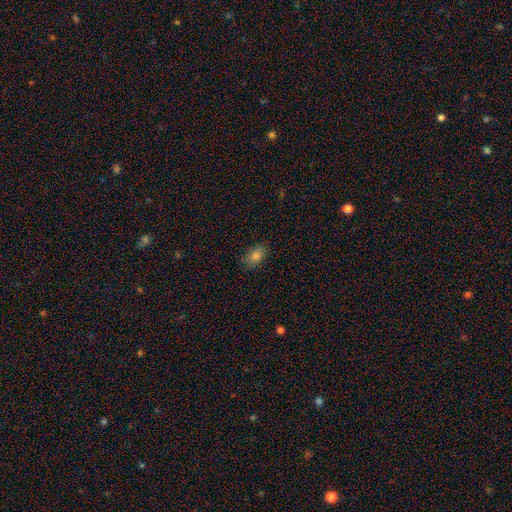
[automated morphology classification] Q: Smooth or featured?
A: smooth (81%); runner-up: star or artifact (11%)
Q: How rounded?
A: in between (82%); runner-up: round (16%)
Q: Merging?
A: none (84%); runner-up: minor disturbance (13%)